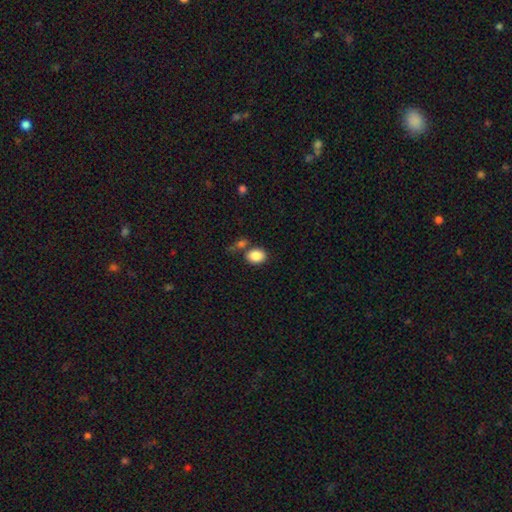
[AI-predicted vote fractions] Smooth or featured?
  - smooth: 87% *
  - star or artifact: 8%
  - featured or disk: 5%
How rounded?
  - in between: 61% *
  - round: 38%
  - cigar-shaped: 1%
Merging?
  - none: 64% *
  - merger: 19%
  - minor disturbance: 12%
  - major disturbance: 4%